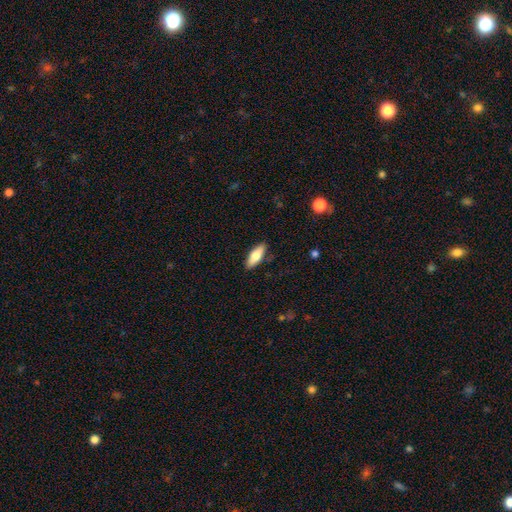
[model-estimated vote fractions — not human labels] smooth_or_featured: smooth (p=0.73) [alt: featured or disk p=0.21]
how_rounded: in between (p=0.65) [alt: cigar-shaped p=0.32]
merging: none (p=0.87) [alt: minor disturbance p=0.10]